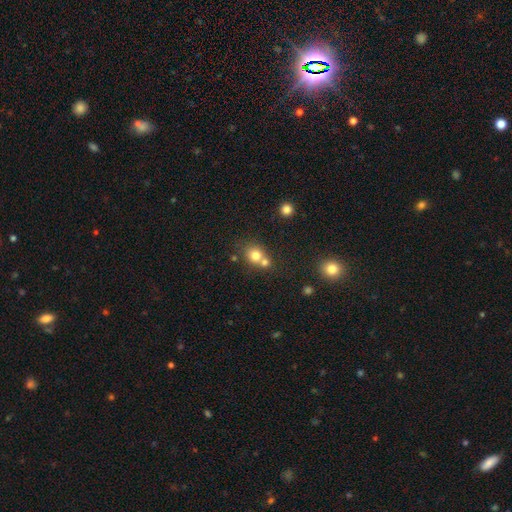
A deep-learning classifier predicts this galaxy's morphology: A smooth galaxy with no disk features (75%) that is round (77%).

Vote fractions:
- Smooth or featured? smooth: 75% / star or artifact: 12% / featured or disk: 12%
- How rounded? round: 77% / in between: 22% / cigar-shaped: 1%
- Merging? merger: 46% / none: 43% / minor disturbance: 8% / major disturbance: 3%